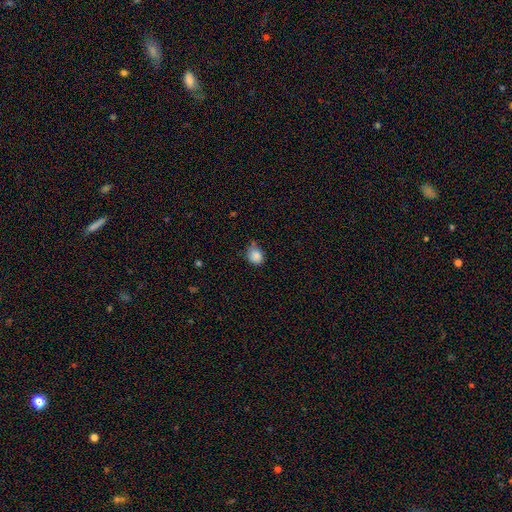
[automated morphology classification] A smooth galaxy with no disk features (86%) that is round (59%).

Vote fractions:
- Smooth or featured? smooth: 86% / star or artifact: 9% / featured or disk: 5%
- How rounded? round: 59% / in between: 40% / cigar-shaped: 1%
- Merging? none: 54% / minor disturbance: 36% / major disturbance: 7% / merger: 4%